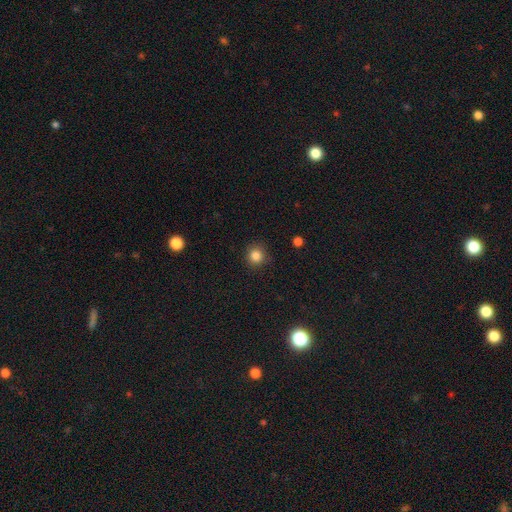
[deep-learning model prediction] smooth_or_featured: smooth (p=0.83) [alt: star or artifact p=0.12]
how_rounded: round (p=0.92) [alt: in between p=0.07]
merging: none (p=0.87) [alt: minor disturbance p=0.09]